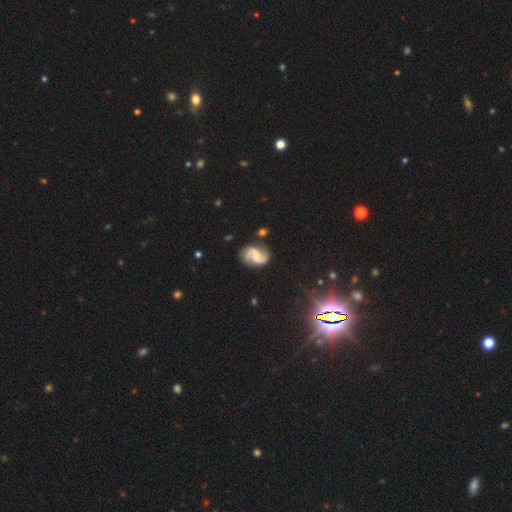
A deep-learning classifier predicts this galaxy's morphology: A featured or disk galaxy (85%) with a weak bar (44%), 2 (92%) medium (46%) spiral arms (97%) and no central bulge (48%).

Vote fractions:
- Smooth or featured? featured or disk: 85% / smooth: 10% / star or artifact: 6%
- Edge-on disk? no: 98% / yes: 2%
- Bar? weak: 44% / no: 41% / strong: 16%
- Spiral arms? yes: 97% / no: 3%
- Spiral winding? medium: 46% / loose: 38% / tight: 17%
- Spiral arm count? 2: 92% / can't tell: 3% / 3: 2% / 1: 2% / 4: 1% / more than 4: 1%
- Bulge size? none: 48% / small: 28% / moderate: 17% / large: 5% / dominant: 2%
- Merging? none: 77% / minor disturbance: 15% / major disturbance: 5% / merger: 3%